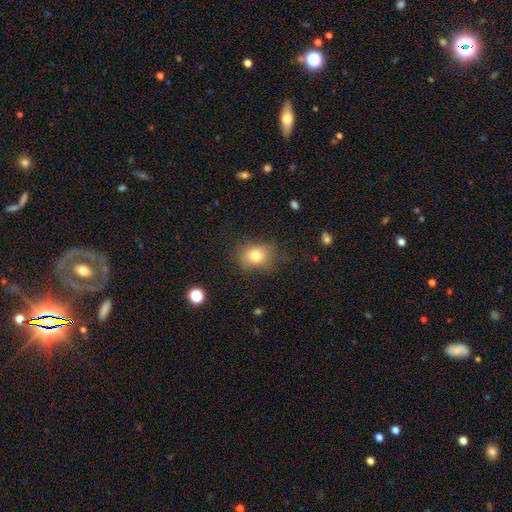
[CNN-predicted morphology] A smooth galaxy with no disk features (77%) that is round (56%).

Vote fractions:
- Smooth or featured? smooth: 77% / star or artifact: 13% / featured or disk: 11%
- How rounded? round: 56% / in between: 43% / cigar-shaped: 1%
- Merging? none: 75% / minor disturbance: 17% / major disturbance: 7% / merger: 2%